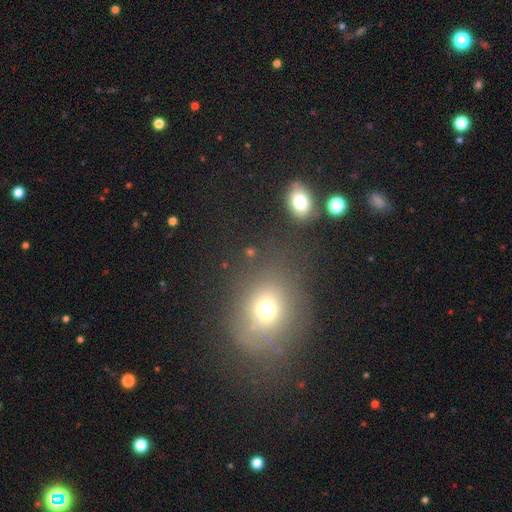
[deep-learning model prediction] smooth_or_featured: smooth (p=0.60) [alt: star or artifact p=0.26]
how_rounded: round (p=0.52) [alt: in between p=0.47]
merging: none (p=0.75) [alt: minor disturbance p=0.14]